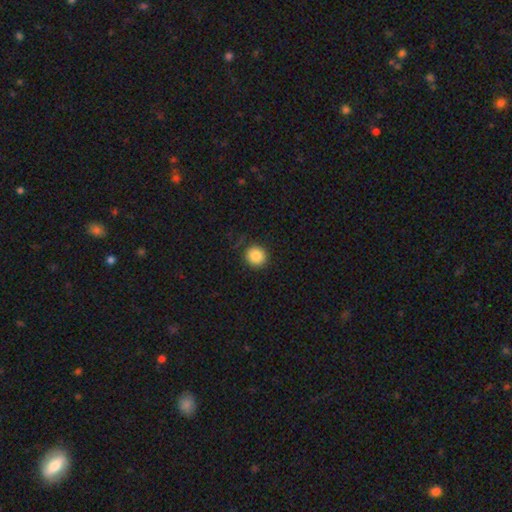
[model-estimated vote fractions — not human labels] A smooth galaxy with no disk features (87%) that is round (90%). Merging: none (85%).